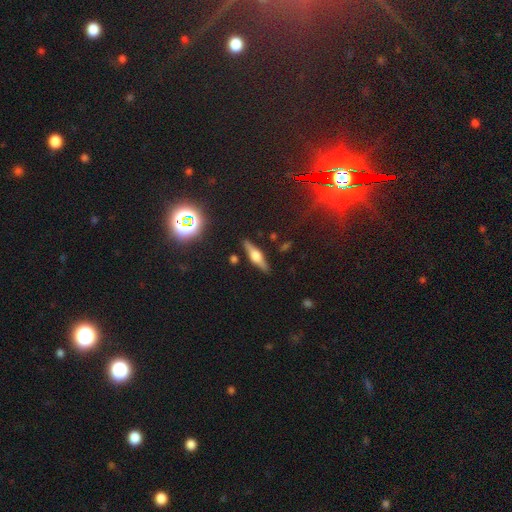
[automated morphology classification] Smooth or featured? Predicted: featured or disk (p=0.61). Edge-on disk? Predicted: yes (p=0.95). Edge-on bulge? Predicted: rounded (p=0.88). Merging? Predicted: none (p=0.88).